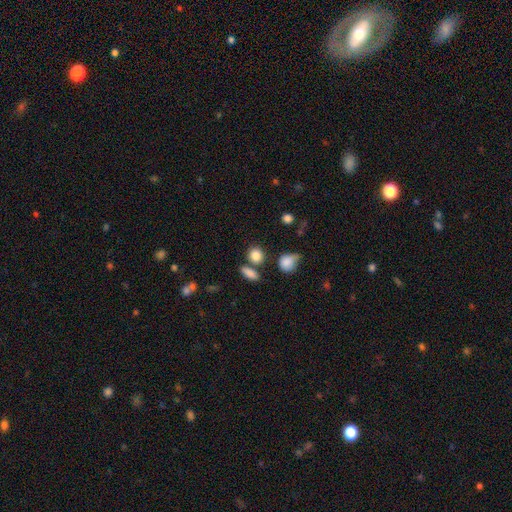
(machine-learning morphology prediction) smooth_or_featured: smooth (p=0.84) [alt: star or artifact p=0.10]
how_rounded: round (p=0.72) [alt: in between p=0.25]
merging: none (p=0.68) [alt: merger p=0.16]